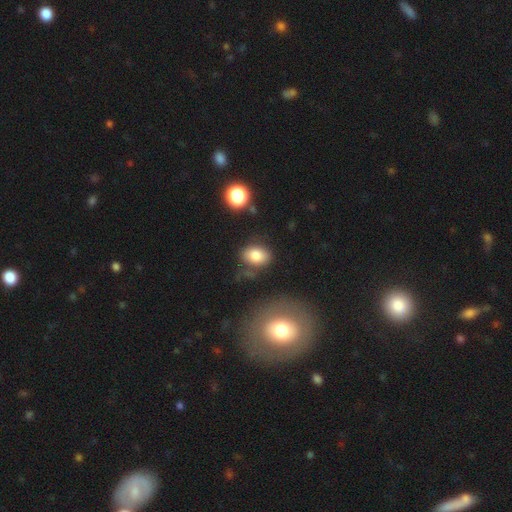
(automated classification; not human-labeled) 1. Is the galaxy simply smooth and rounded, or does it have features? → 81% smooth, 9% star or artifact, 9% featured or disk.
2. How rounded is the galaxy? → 74% in between, 25% round, 1% cigar-shaped.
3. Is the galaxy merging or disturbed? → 70% none, 17% minor disturbance, 7% merger, 6% major disturbance.